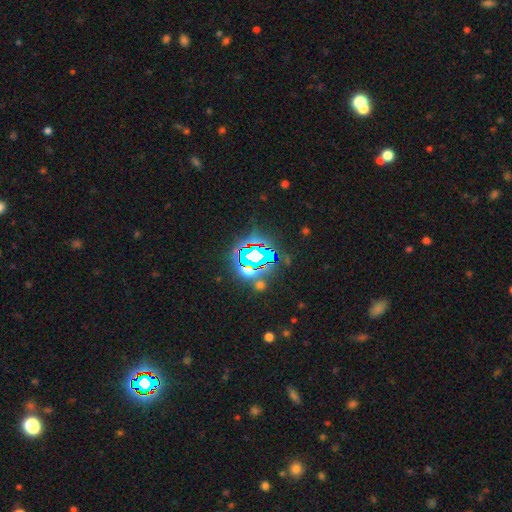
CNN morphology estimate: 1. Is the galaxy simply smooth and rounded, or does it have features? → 78% star or artifact, 11% smooth, 11% featured or disk.